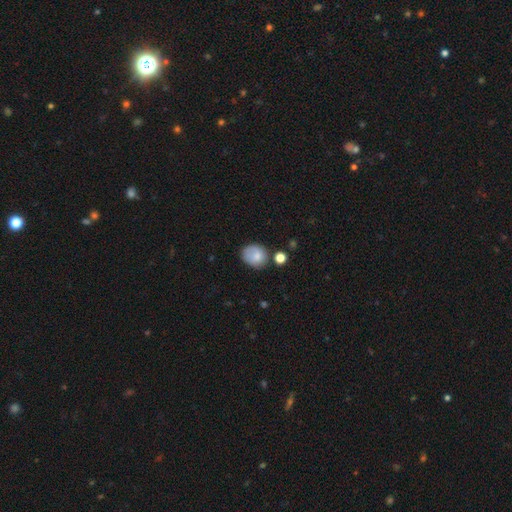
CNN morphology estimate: A smooth galaxy with no disk features (80%) that is round (62%). Merging: none (60%).